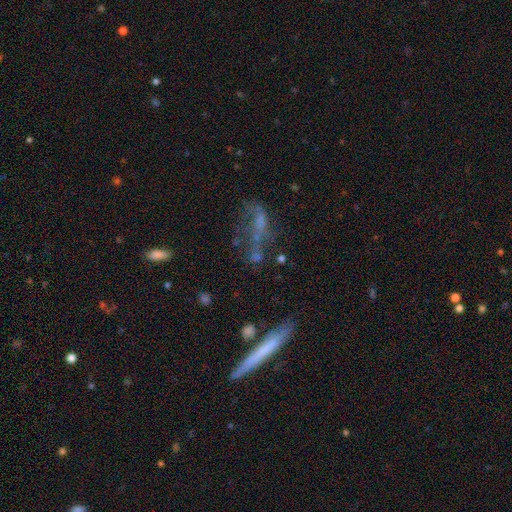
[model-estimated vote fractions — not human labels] Smooth or featured?
  - featured or disk: 41% *
  - smooth: 39%
  - star or artifact: 20%
Merging?
  - none: 39% *
  - major disturbance: 29%
  - minor disturbance: 17%
  - merger: 15%